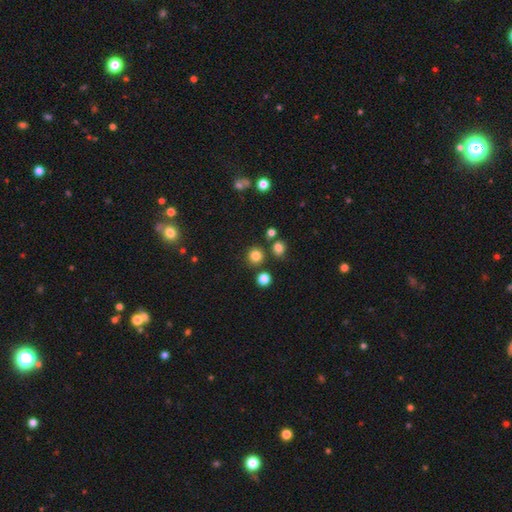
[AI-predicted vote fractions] Smooth or featured? smooth (80%)
How rounded? round (91%)
Merging? none (82%)